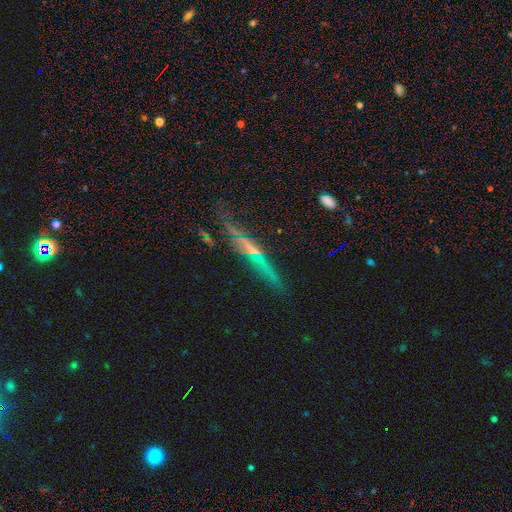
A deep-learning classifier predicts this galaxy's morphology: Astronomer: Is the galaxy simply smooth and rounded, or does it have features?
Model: featured or disk — 70%.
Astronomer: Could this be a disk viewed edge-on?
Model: yes — 91%.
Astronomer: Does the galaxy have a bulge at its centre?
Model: rounded — 61%.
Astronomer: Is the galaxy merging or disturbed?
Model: none — 69%.